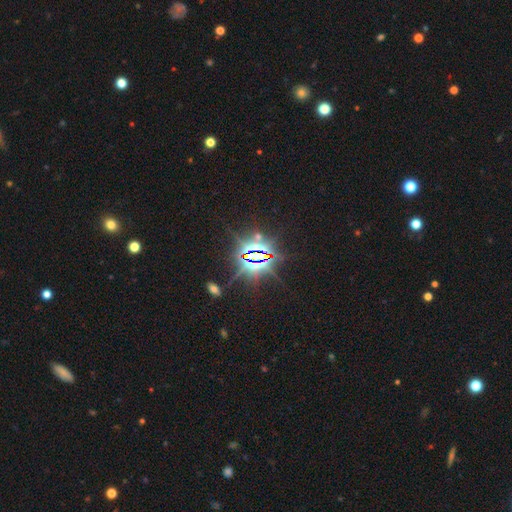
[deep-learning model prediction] A star or artifact, not a galaxy (83%).